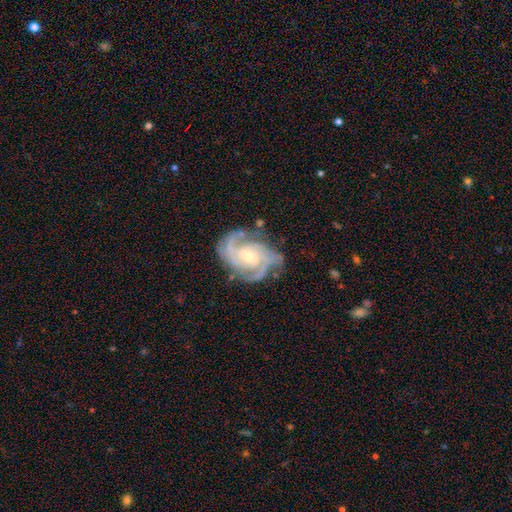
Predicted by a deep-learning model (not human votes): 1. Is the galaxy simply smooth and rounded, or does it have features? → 92% featured or disk, 5% star or artifact, 4% smooth.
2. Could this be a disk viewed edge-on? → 98% no, 2% yes.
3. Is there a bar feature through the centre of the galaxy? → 51% no, 39% weak, 10% strong.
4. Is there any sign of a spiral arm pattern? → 98% yes, 2% no.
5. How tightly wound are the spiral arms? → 50% tight, 43% medium, 7% loose.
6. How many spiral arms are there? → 35% 2, 34% 3, 11% 4, 10% can't tell, 5% more than 4, 5% 1.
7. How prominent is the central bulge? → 58% small, 38% moderate, 2% large, 1% none, 1% dominant.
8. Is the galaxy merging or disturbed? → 70% none, 19% minor disturbance, 8% major disturbance, 2% merger.